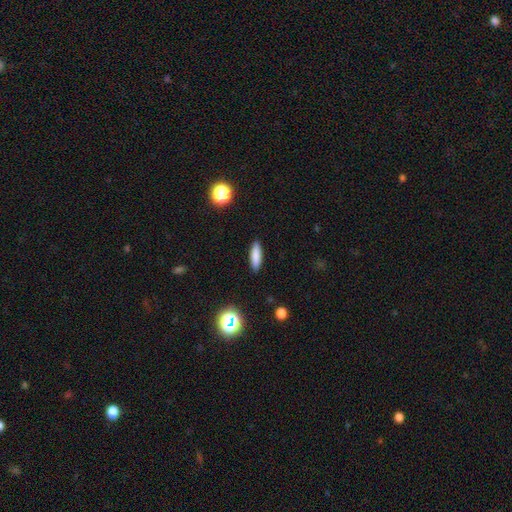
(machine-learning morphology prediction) smooth-or-featured: smooth: 82% | star or artifact: 9% | featured or disk: 8%
  how-rounded: cigar-shaped: 53% | in between: 45% | round: 2%
  merging: none: 89% | minor disturbance: 8% | major disturbance: 2% | merger: 1%